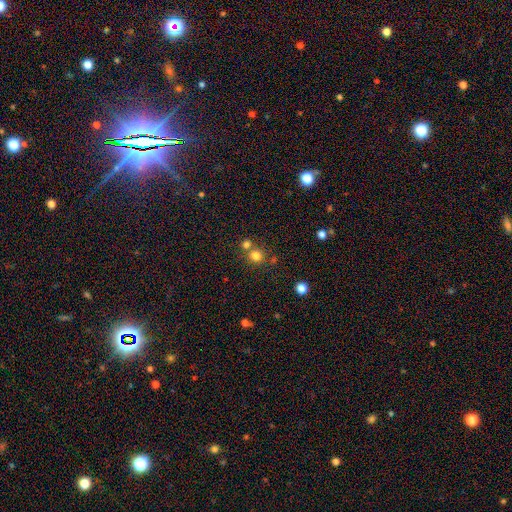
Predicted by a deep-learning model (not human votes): smooth_or_featured: smooth (p=0.78) [alt: star or artifact p=0.16]
how_rounded: round (p=0.89) [alt: in between p=0.10]
merging: none (p=0.63) [alt: merger p=0.28]